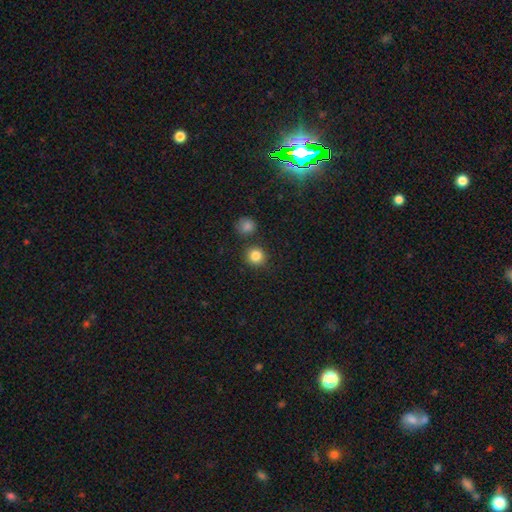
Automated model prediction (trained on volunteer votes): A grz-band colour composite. It shows a smooth galaxy with no disk features (85%) that is round (92%). Merging: none (83%).